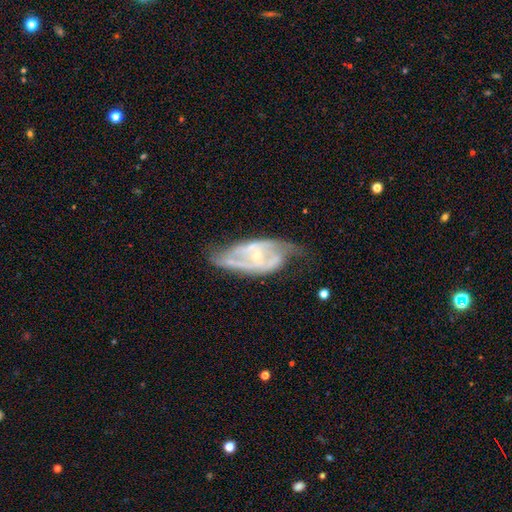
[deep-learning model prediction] Smooth or featured? Predicted: featured or disk (p=0.81). Edge-on disk? Predicted: no (p=0.91). Bar? Predicted: no (p=0.49). Spiral arms? Predicted: yes (p=0.81). Spiral winding? Predicted: medium (p=0.44). Spiral arm count? Predicted: 2 (p=0.62). Bulge size? Predicted: small (p=0.73). Merging? Predicted: none (p=0.52).